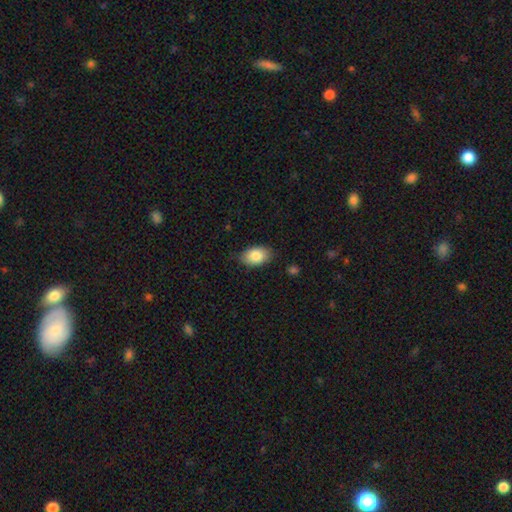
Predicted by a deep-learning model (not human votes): This appears to be a smooth galaxy with no disk features (85%) that is in between round and cigar-shaped (88%). Merging: none (81%).